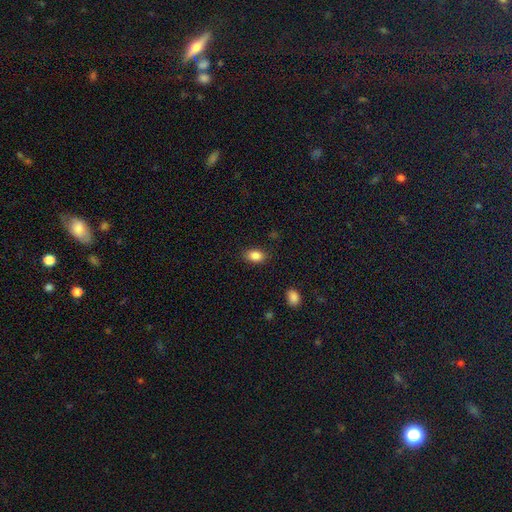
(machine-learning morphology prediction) Smooth or featured? Predicted: smooth (p=0.86). How rounded? Predicted: in between (p=0.86). Merging? Predicted: none (p=0.86).